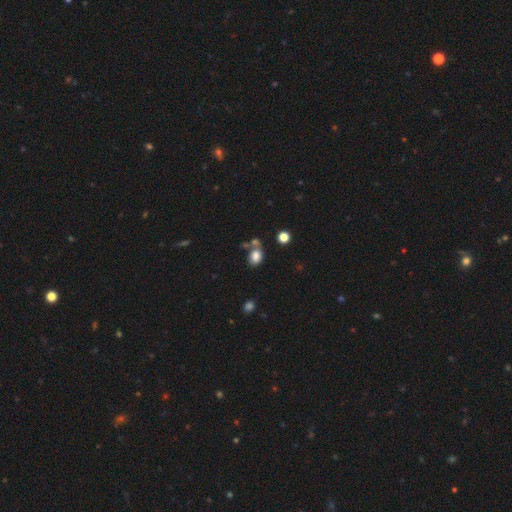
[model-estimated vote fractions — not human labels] Q: Smooth or featured?
A: smooth (81%); runner-up: star or artifact (11%)
Q: How rounded?
A: in between (70%); runner-up: round (29%)
Q: Merging?
A: none (53%); runner-up: merger (27%)